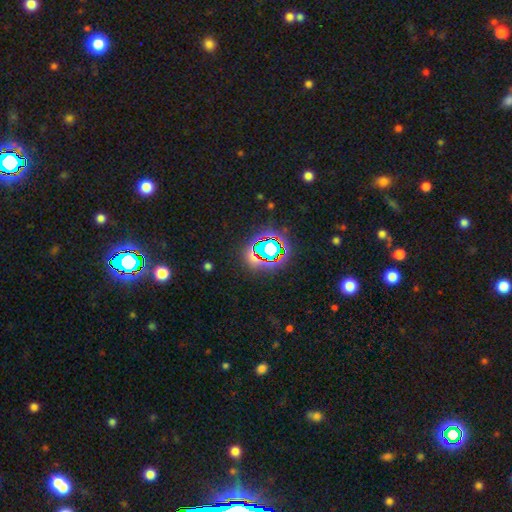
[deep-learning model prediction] Smooth or featured: star or artifact — 68% (smooth — 21%)